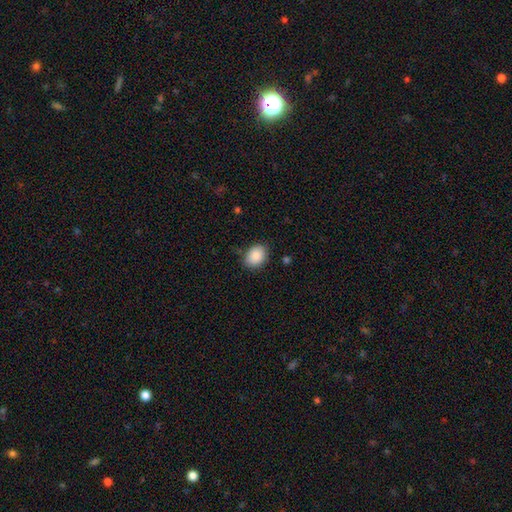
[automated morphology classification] smooth-or-featured: smooth: 88% | star or artifact: 7% | featured or disk: 5%
  how-rounded: in between: 67% | round: 33% | cigar-shaped: 1%
  merging: none: 82% | minor disturbance: 14% | major disturbance: 3% | merger: 2%